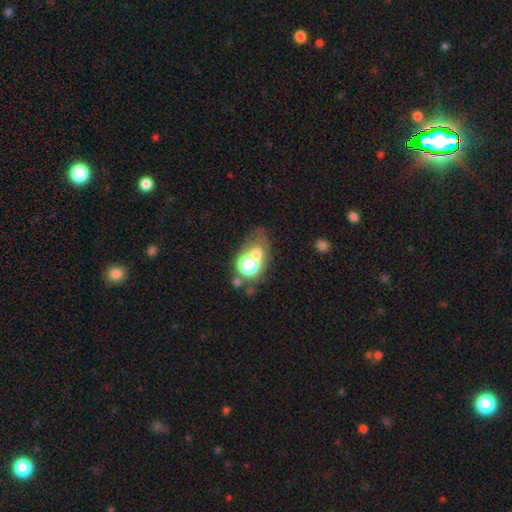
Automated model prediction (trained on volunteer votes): smooth_or_featured: smooth (p=0.53) [alt: star or artifact p=0.27]
how_rounded: round (p=0.54) [alt: in between p=0.45]
merging: none (p=0.41) [alt: merger p=0.33]